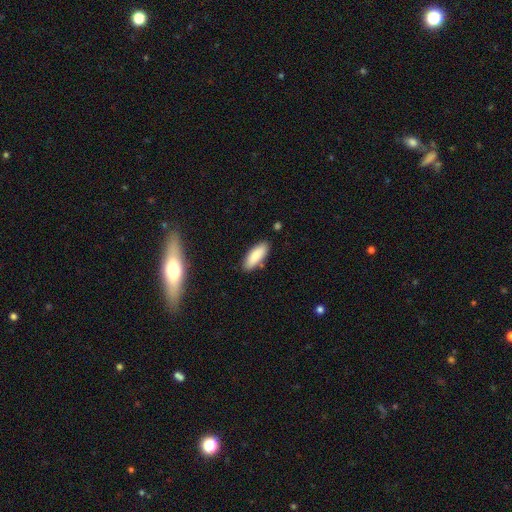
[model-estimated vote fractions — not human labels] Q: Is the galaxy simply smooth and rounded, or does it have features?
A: smooth — 87%.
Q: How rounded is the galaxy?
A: in between — 74%.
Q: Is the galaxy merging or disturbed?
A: none — 83%.